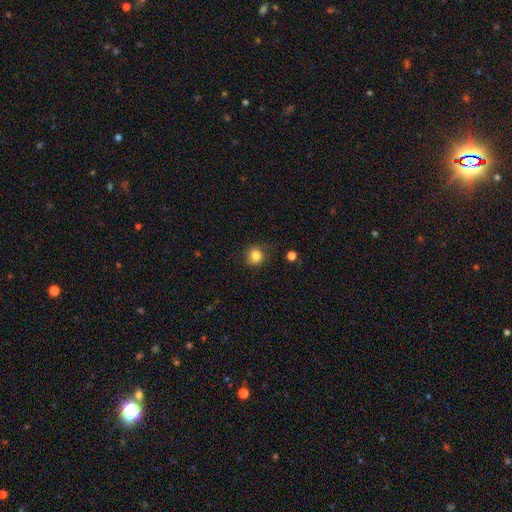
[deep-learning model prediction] A smooth galaxy with no disk features (83%) that is round (85%). Merging: none (78%).